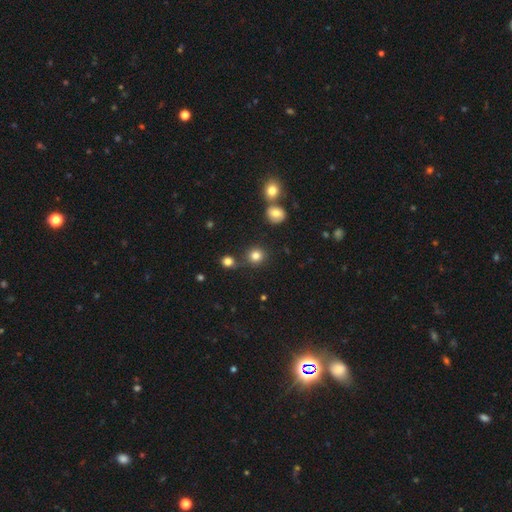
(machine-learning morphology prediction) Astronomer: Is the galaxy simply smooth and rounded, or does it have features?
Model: smooth — 82%.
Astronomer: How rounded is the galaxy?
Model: round — 90%.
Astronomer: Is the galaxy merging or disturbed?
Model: none — 78%.